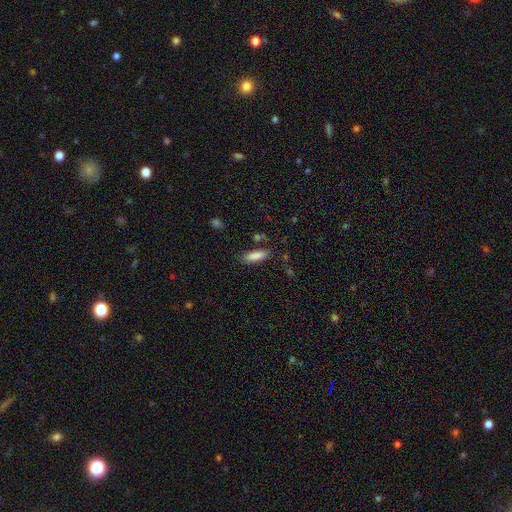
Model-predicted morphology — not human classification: smooth_or_featured: smooth (p=0.87) [alt: star or artifact p=0.07]
how_rounded: in between (p=0.65) [alt: cigar-shaped p=0.33]
merging: none (p=0.79) [alt: minor disturbance p=0.13]